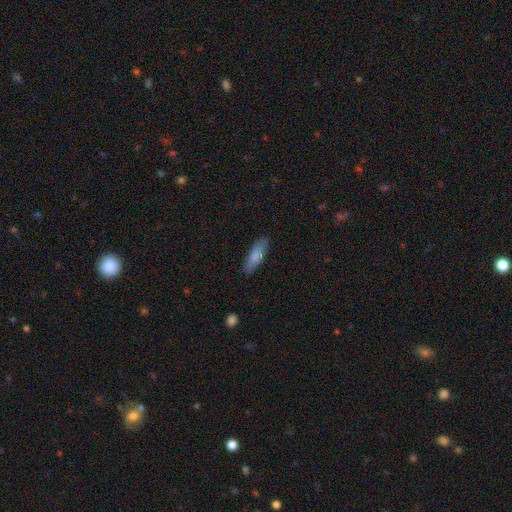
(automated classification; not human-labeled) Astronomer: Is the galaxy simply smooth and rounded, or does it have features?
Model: smooth — 82%.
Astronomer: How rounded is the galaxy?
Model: in between — 53% (runner-up: cigar-shaped, 45%).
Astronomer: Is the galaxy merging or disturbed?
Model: none — 83%.